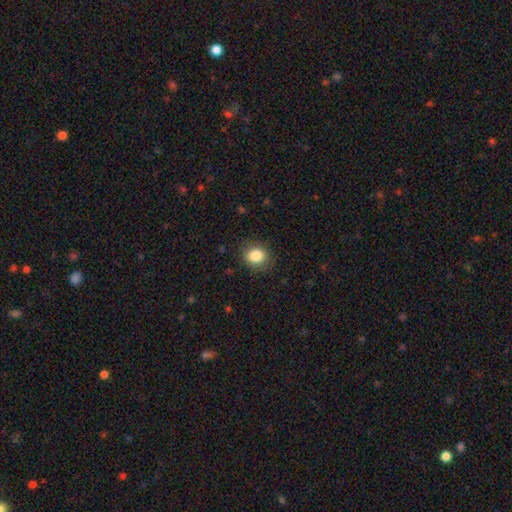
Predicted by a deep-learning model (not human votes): Smooth or featured: smooth — 85% (star or artifact — 10%)
How rounded: round — 71% (in between — 28%)
Merging: none — 85% (minor disturbance — 10%)